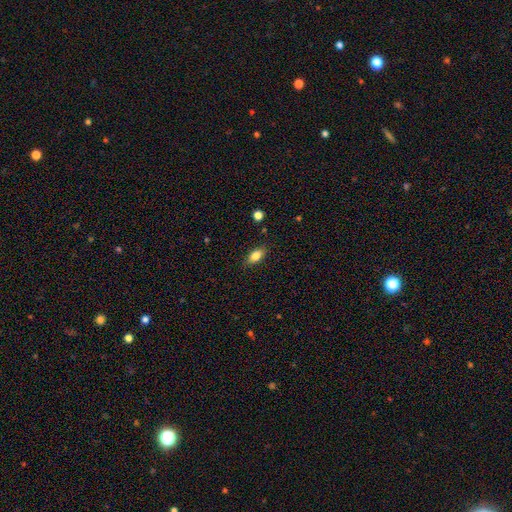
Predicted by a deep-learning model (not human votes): Smooth or featured? smooth (82%)
How rounded? in between (86%)
Merging? none (85%)